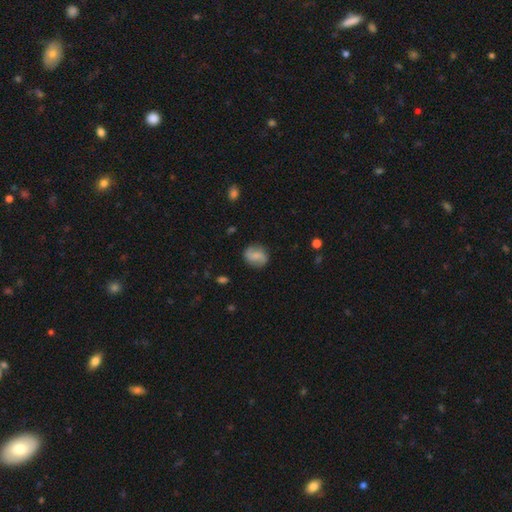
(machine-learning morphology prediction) Smooth or featured: featured or disk — 50% (smooth — 42%)
Edge-on disk: no — 97% (yes — 3%)
Merging: none — 82% (minor disturbance — 13%)